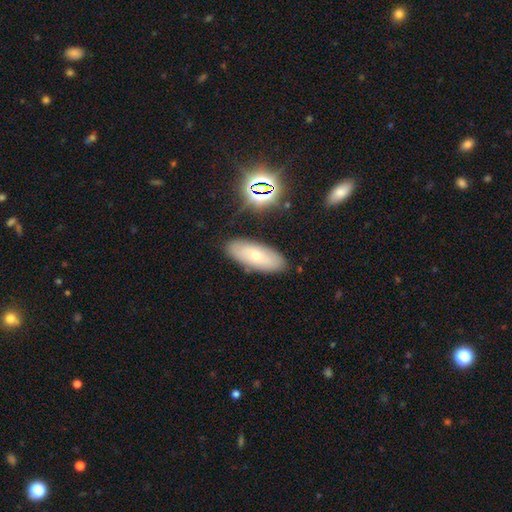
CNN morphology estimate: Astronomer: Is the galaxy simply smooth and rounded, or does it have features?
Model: smooth — 55% (runner-up: featured or disk, 34%).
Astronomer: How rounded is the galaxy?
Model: in between — 79%.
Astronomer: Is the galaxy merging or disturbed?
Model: none — 84%.